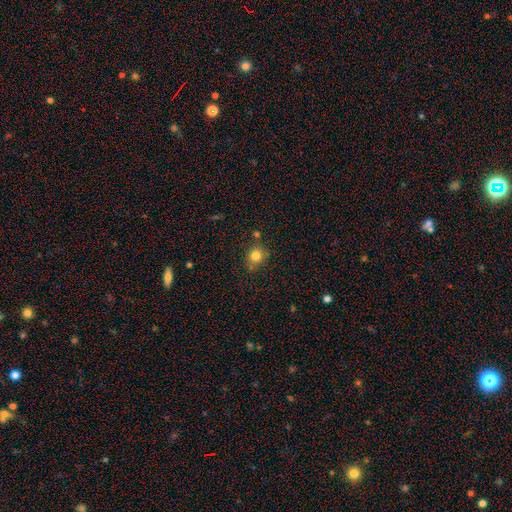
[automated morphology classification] Smooth or featured? smooth (81%)
How rounded? round (77%)
Merging? none (75%)